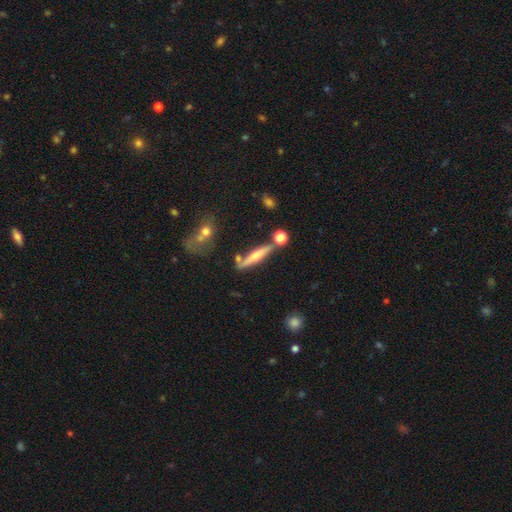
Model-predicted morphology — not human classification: Overall: featured or disk (47%; smooth 46%). Merging: none (72%).